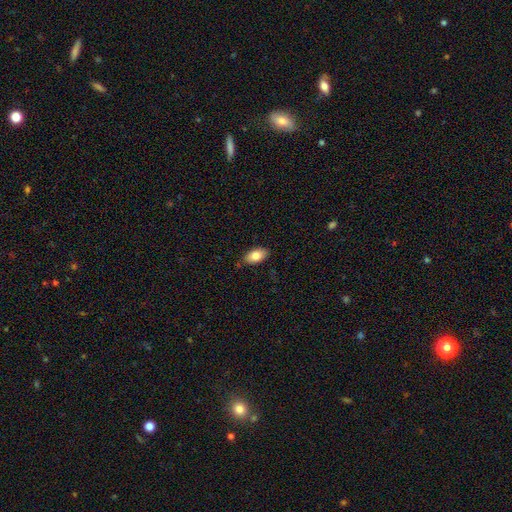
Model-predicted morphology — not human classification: smooth 82%, featured or disk 11%, star or artifact 7%. Down the decision tree: how rounded — in between (92%); merging — none (83%).